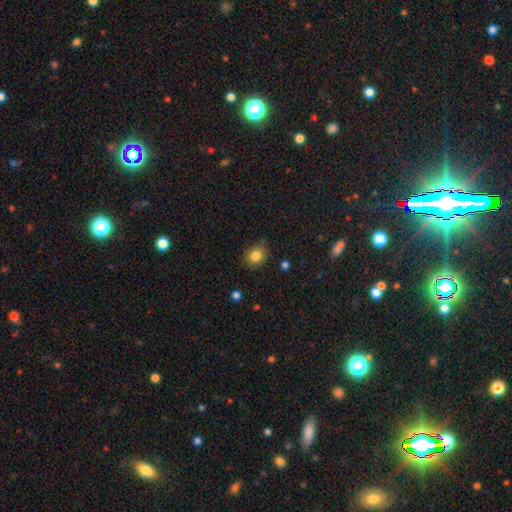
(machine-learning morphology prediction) A smooth galaxy with no disk features (82%) that is round (66%). Merging: none (79%).